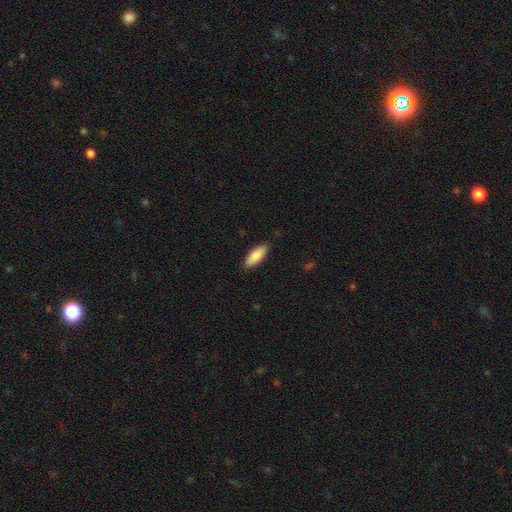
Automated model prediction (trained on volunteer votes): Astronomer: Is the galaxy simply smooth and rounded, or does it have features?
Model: smooth — 88%.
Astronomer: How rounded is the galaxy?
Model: in between — 77%.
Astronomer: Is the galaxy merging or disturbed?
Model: none — 87%.